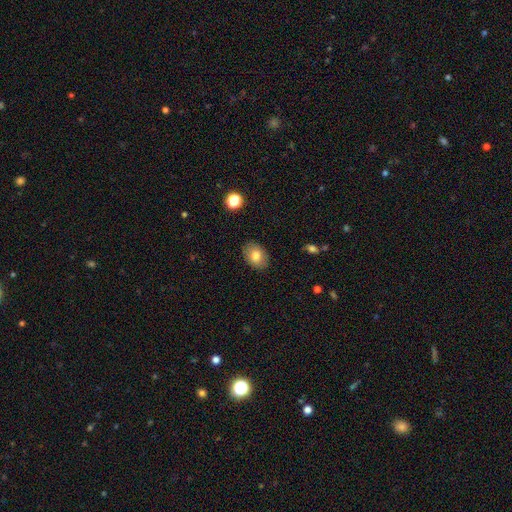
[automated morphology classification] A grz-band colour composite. It shows a smooth galaxy with no disk features (79%) that is in between round and cigar-shaped (75%). Merging: none (88%).